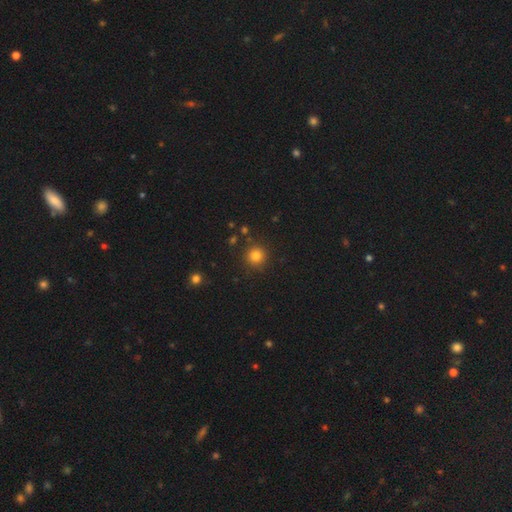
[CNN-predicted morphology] Smooth or featured? smooth (81%)
How rounded? round (94%)
Merging? none (88%)